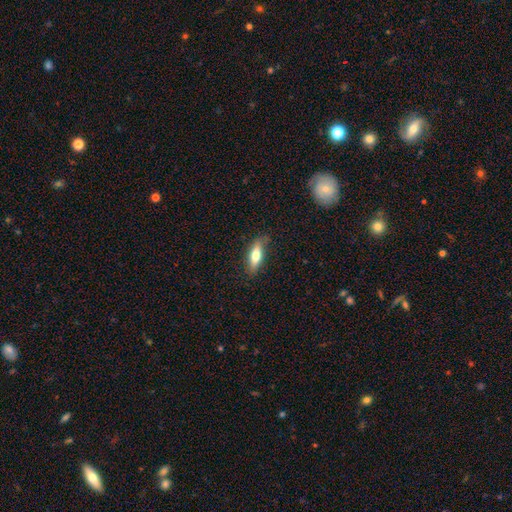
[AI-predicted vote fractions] smooth 64%, featured or disk 30%, star or artifact 6%. Down the decision tree: how rounded — in between (50%); merging — none (79%).